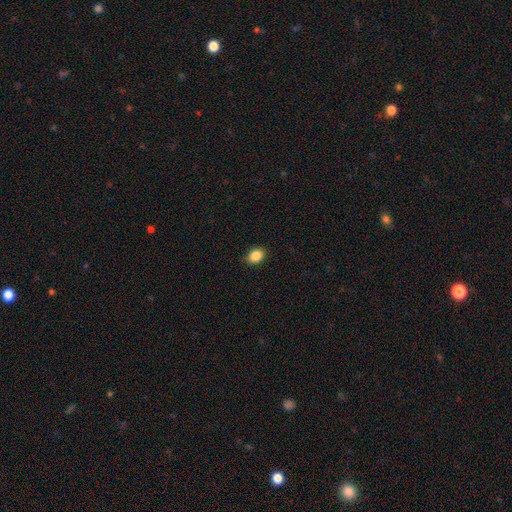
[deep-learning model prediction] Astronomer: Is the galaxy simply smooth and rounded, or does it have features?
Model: smooth — 87%.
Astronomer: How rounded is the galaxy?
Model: in between — 60% (runner-up: round, 39%).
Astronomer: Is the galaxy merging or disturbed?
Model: none — 88%.